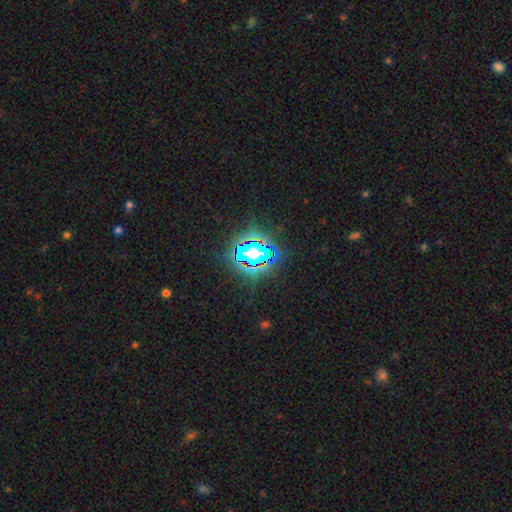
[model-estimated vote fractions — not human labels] star or artifact 78%, smooth 13%, featured or disk 9%.